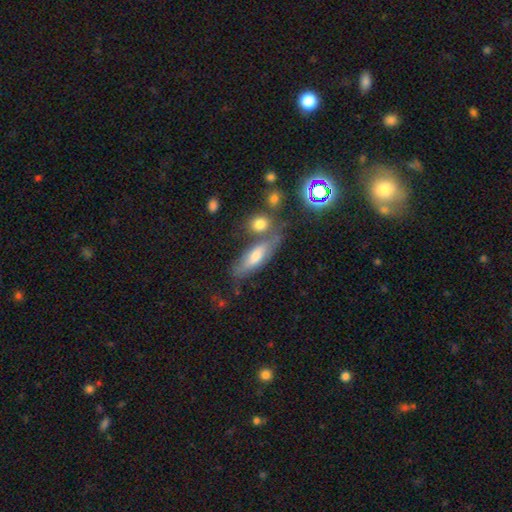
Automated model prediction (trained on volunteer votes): A smooth galaxy with no disk features (56%) that is in between round and cigar-shaped (49%). Merging: none (55%).